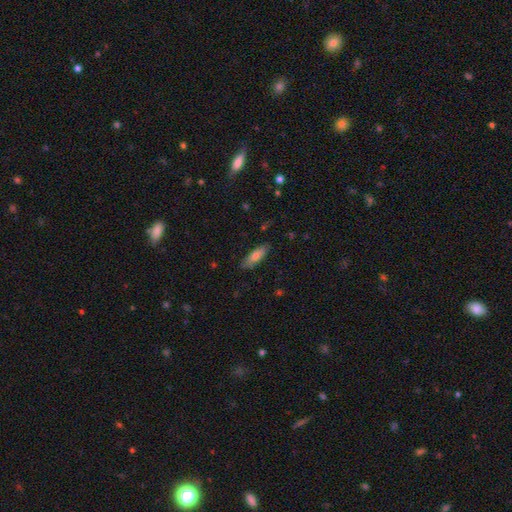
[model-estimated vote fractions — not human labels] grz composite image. It shows a smooth galaxy with no disk features (75%) that is in between round and cigar-shaped (53%). Merging: none (84%).